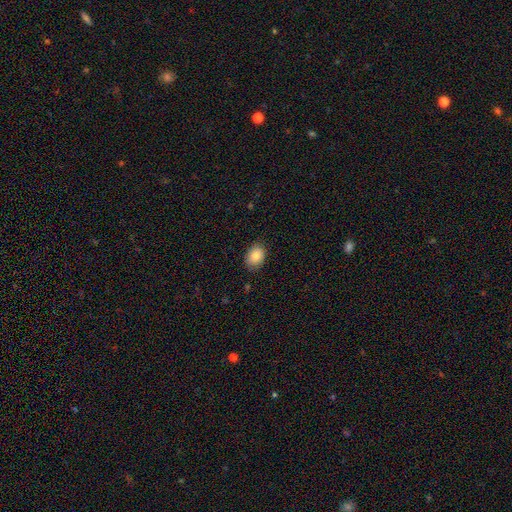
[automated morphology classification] smooth_or_featured: smooth (p=0.86) [alt: star or artifact p=0.08]
how_rounded: in between (p=0.77) [alt: round p=0.22]
merging: none (p=0.86) [alt: minor disturbance p=0.11]